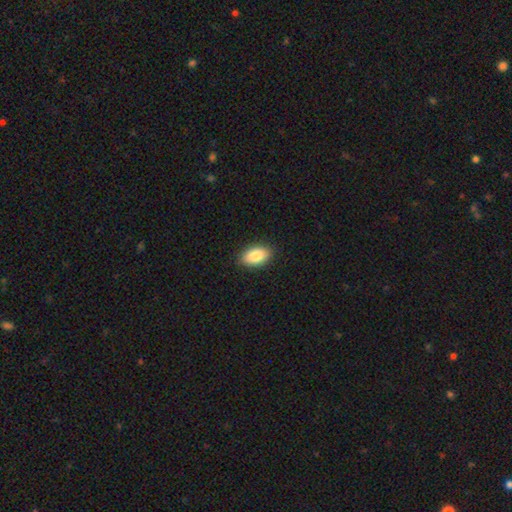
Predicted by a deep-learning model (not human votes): Smooth or featured? Predicted: smooth (p=0.86). How rounded? Predicted: in between (p=0.93). Merging? Predicted: none (p=0.89).